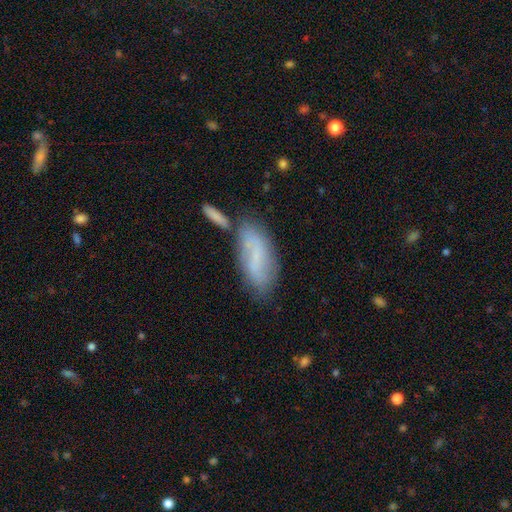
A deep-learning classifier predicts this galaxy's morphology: smooth_or_featured: smooth (p=0.52) [alt: featured or disk p=0.40]
how_rounded: in between (p=0.75) [alt: cigar-shaped p=0.22]
merging: none (p=0.52) [alt: merger p=0.21]